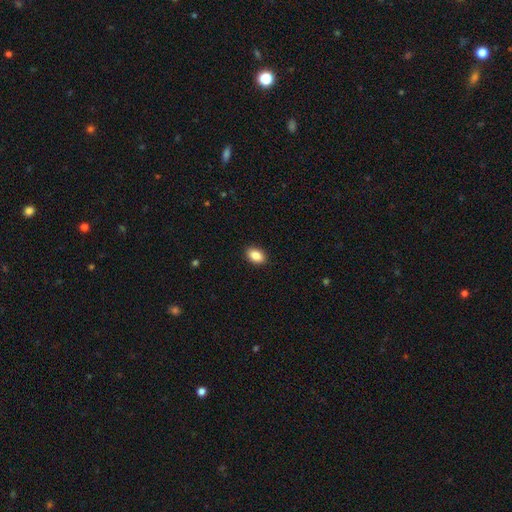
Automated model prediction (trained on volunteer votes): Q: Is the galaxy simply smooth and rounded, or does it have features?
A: smooth — 88%.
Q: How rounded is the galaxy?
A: in between — 84%.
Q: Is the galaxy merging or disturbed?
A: none — 90%.